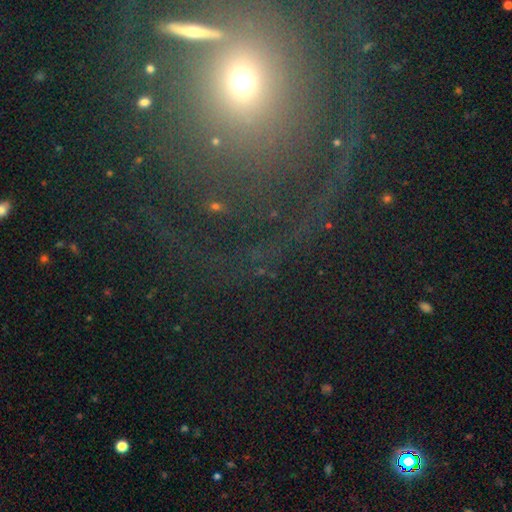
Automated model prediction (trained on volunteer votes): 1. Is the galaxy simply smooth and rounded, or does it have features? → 44% star or artifact, 30% featured or disk, 25% smooth.